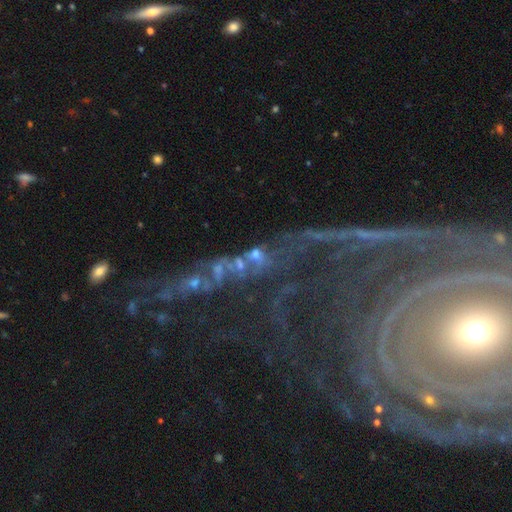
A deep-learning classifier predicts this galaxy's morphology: This appears to be a star or artifact, not a galaxy (43%).